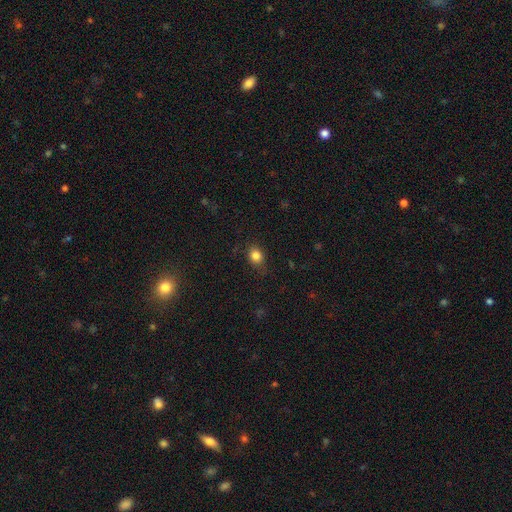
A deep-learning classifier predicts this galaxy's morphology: smooth 83%, star or artifact 11%, featured or disk 6%. Down the decision tree: how rounded — round (56%); merging — none (81%).